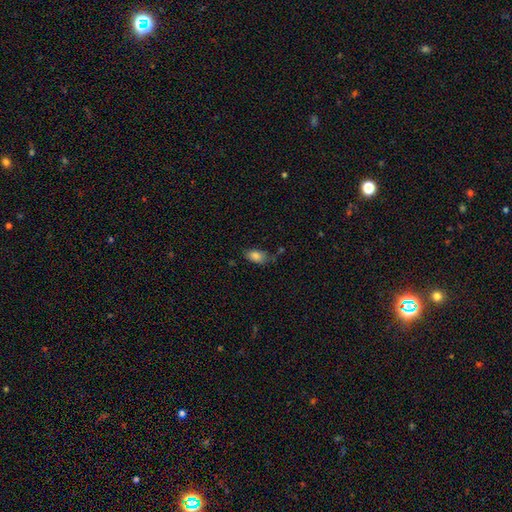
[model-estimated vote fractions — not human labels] Smooth or featured? smooth (84%)
How rounded? in between (89%)
Merging? none (65%)